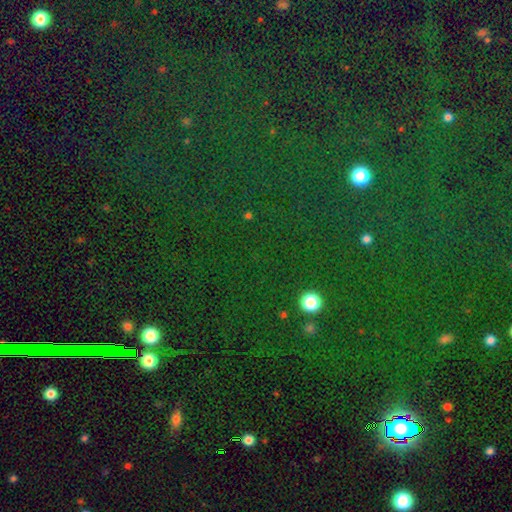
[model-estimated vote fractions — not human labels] The model was most divided on "smooth or featured": star or artifact: 79%, smooth: 12%, featured or disk: 8%.